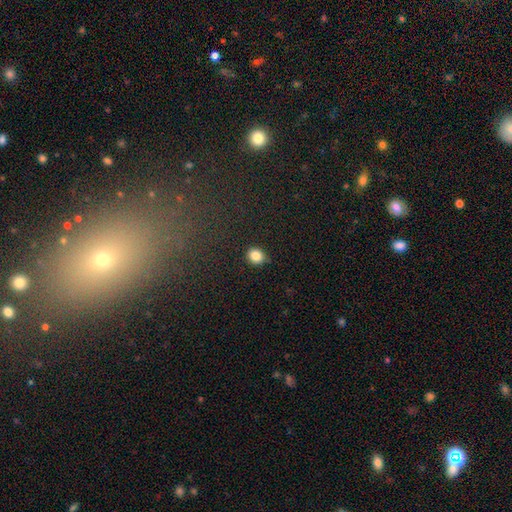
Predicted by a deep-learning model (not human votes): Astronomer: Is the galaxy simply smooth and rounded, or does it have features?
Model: smooth — 84%.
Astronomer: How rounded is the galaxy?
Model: round — 75%.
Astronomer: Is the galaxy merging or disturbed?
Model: none — 85%.